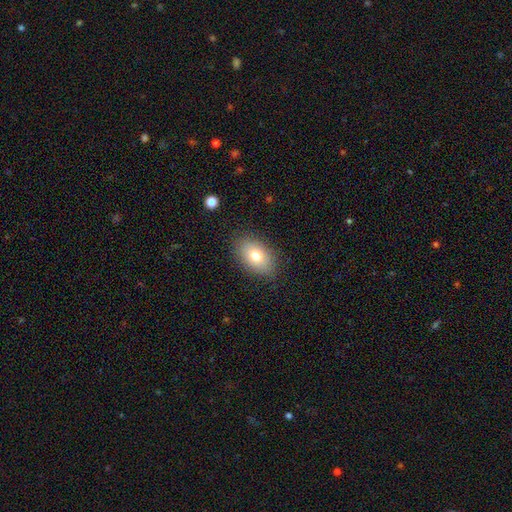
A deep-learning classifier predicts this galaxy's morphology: Smooth or featured? Predicted: smooth (p=0.76). How rounded? Predicted: in between (p=0.87). Merging? Predicted: none (p=0.84).